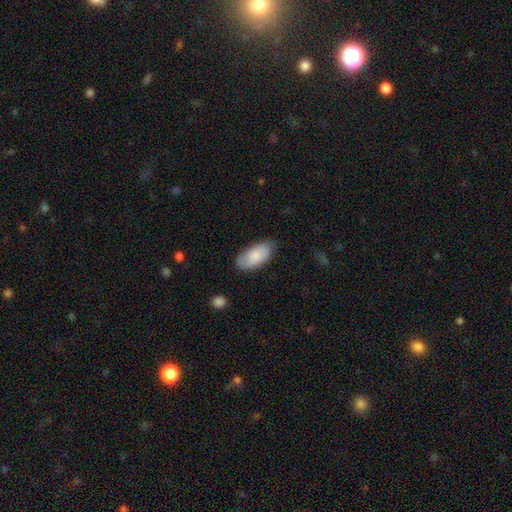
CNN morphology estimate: A smooth galaxy with no disk features (75%) that is in between round and cigar-shaped (94%). Merging: none (72%).